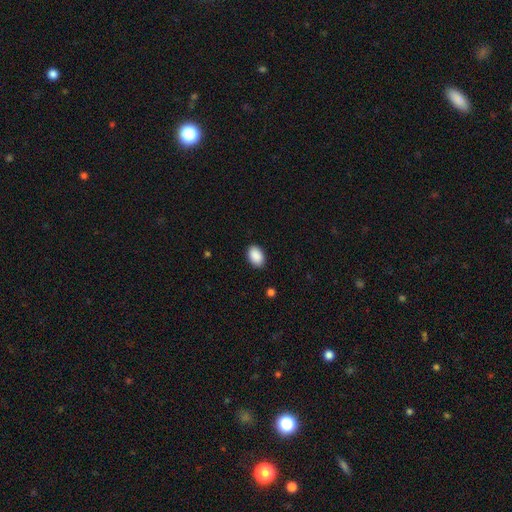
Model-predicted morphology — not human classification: smooth_or_featured: smooth (p=0.90) [alt: star or artifact p=0.07]
how_rounded: in between (p=0.86) [alt: round p=0.13]
merging: none (p=0.88) [alt: minor disturbance p=0.09]